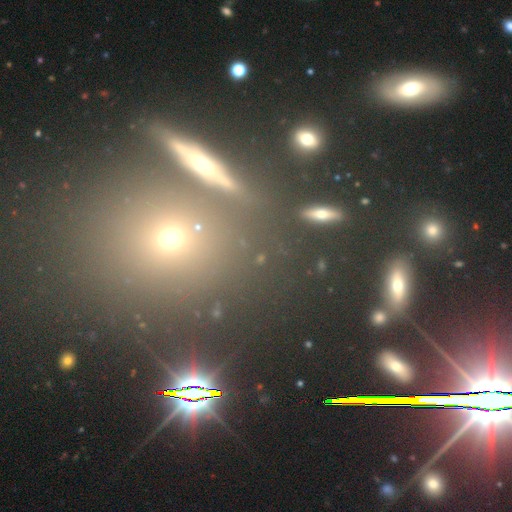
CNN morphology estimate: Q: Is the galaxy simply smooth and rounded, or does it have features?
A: star or artifact — 42%.